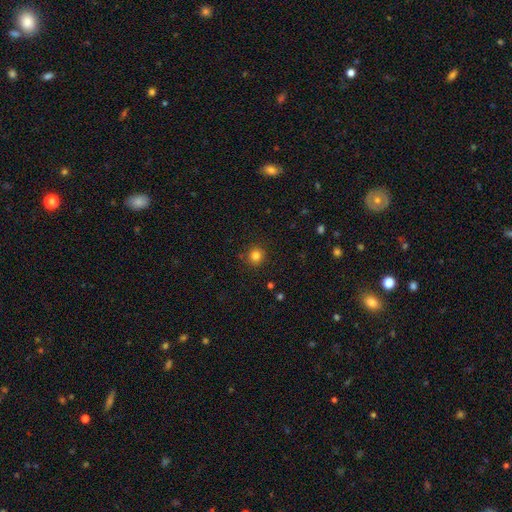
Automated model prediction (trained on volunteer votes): smooth-or-featured: smooth: 82% | star or artifact: 13% | featured or disk: 5%
  how-rounded: round: 93% | in between: 6% | cigar-shaped: 1%
  merging: none: 89% | minor disturbance: 7% | major disturbance: 2% | merger: 2%